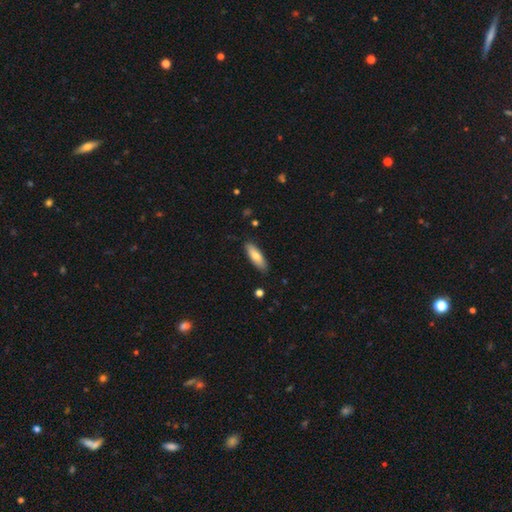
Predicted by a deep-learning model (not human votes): Smooth or featured? Predicted: smooth (p=0.75). How rounded? Predicted: in between (p=0.57). Merging? Predicted: none (p=0.86).